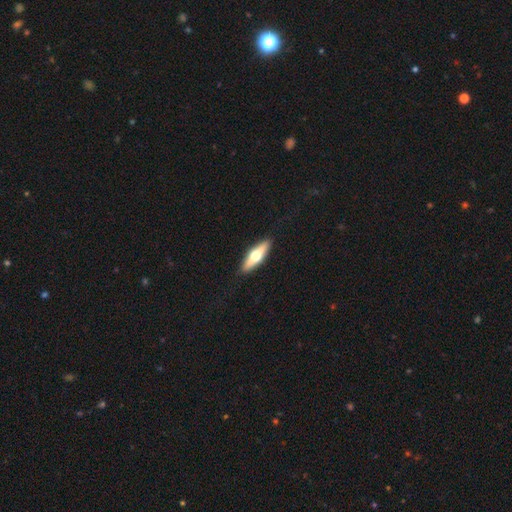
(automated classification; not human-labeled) Smooth or featured: featured or disk — 52% (smooth — 43%)
Edge-on disk: yes — 92% (no — 8%)
Merging: none — 90% (minor disturbance — 7%)